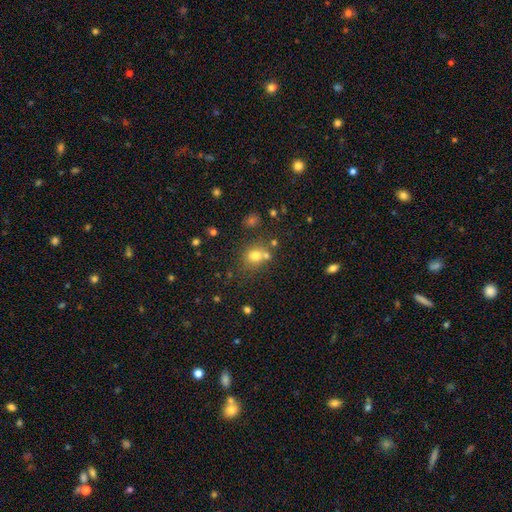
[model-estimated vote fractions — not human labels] Smooth or featured? Predicted: smooth (p=0.72). How rounded? Predicted: round (p=0.70). Merging? Predicted: none (p=0.55).